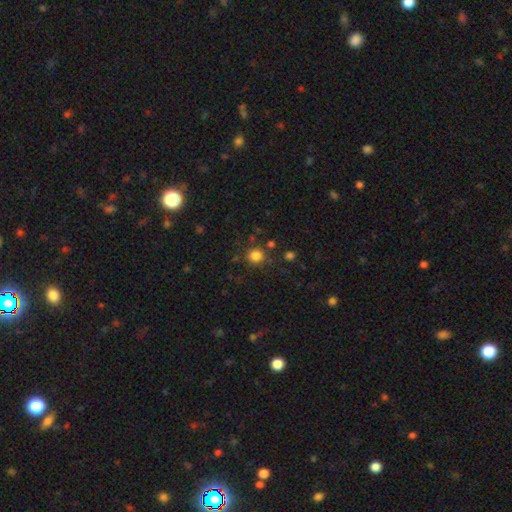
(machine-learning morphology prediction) smooth-or-featured: smooth: 82% | star or artifact: 13% | featured or disk: 5%
  how-rounded: round: 91% | in between: 8% | cigar-shaped: 1%
  merging: none: 83% | minor disturbance: 8% | merger: 5% | major disturbance: 4%